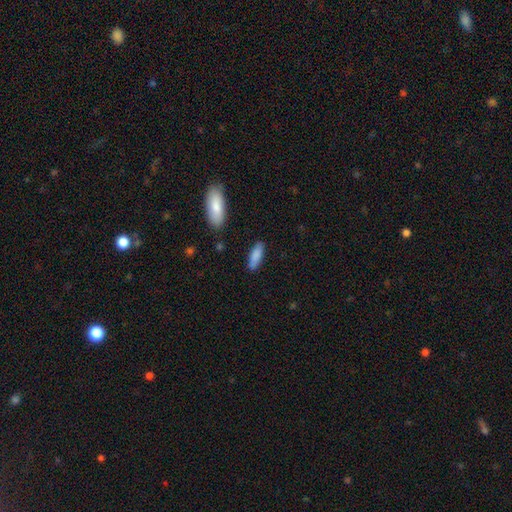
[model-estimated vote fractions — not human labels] A smooth galaxy with no disk features (84%) that is in between round and cigar-shaped (58%).

Vote fractions:
- Smooth or featured? smooth: 84% / featured or disk: 10% / star or artifact: 6%
- How rounded? in between: 58% / cigar-shaped: 40% / round: 2%
- Merging? none: 82% / minor disturbance: 12% / merger: 3% / major disturbance: 3%